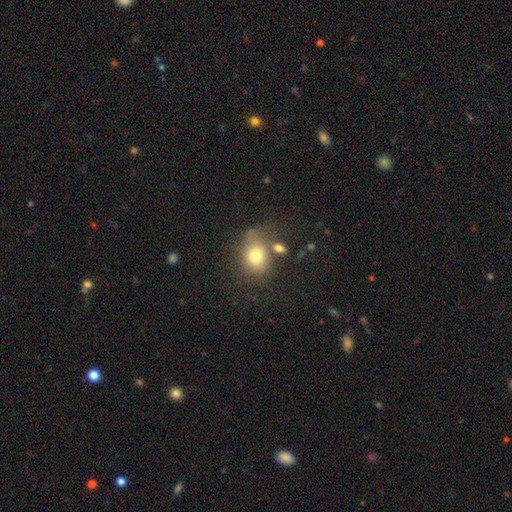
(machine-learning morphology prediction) Smooth or featured: smooth — 76% (featured or disk — 13%)
How rounded: in between — 51% (round — 47%)
Merging: none — 52% (minor disturbance — 21%)